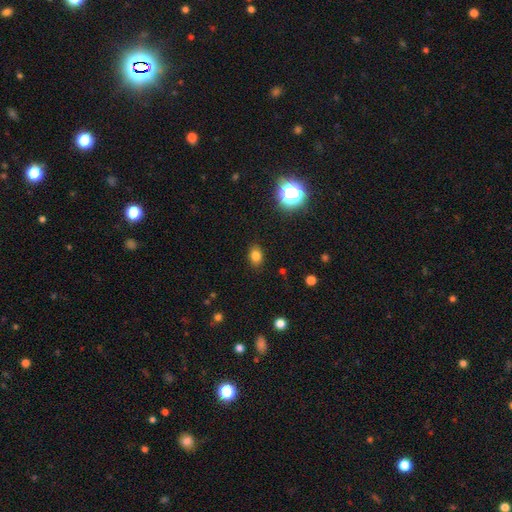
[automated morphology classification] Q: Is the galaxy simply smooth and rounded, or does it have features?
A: smooth — 79%.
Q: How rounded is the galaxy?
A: in between — 66%.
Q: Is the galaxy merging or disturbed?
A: none — 87%.